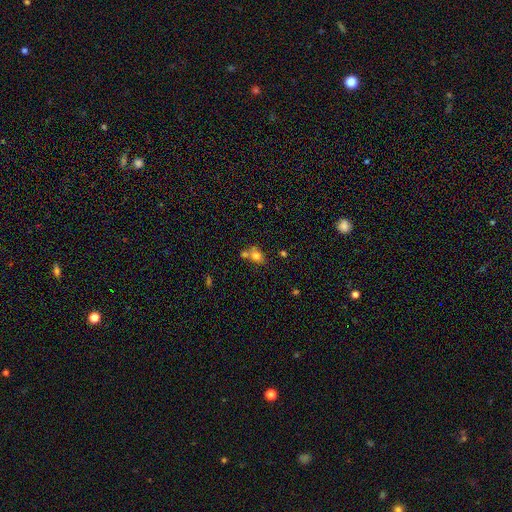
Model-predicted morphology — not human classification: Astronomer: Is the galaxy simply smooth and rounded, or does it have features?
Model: smooth — 75%.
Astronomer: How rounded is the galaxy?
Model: in between — 59% (runner-up: round, 39%).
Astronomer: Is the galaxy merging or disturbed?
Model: none — 44% (runner-up: merger, 38%).